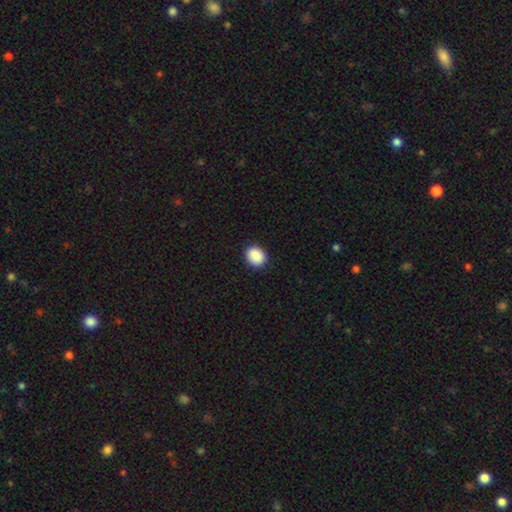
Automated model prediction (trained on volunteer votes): Smooth or featured? smooth (90%)
How rounded? round (60%)
Merging? none (90%)